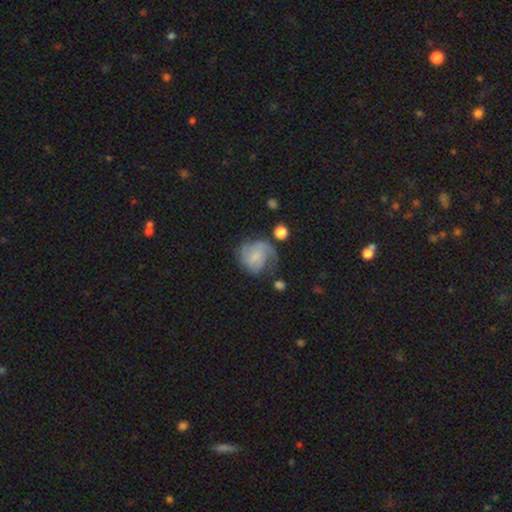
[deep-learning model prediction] This is possibly a featured or disk galaxy (54%). It is clearly not viewed edge-on (98%). Bar: possibly no (51%). Spiral arm pattern: clearly yes (83%). Central bulge: marginally small (37%). Merging: marginally none (42%).